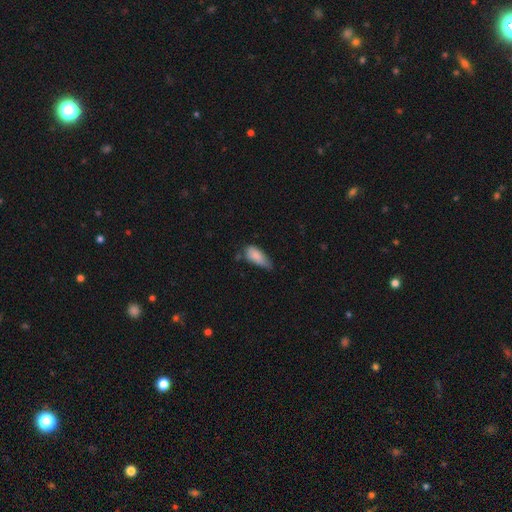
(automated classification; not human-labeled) Smooth or featured? smooth (83%)
How rounded? in between (83%)
Merging? minor disturbance (48%)